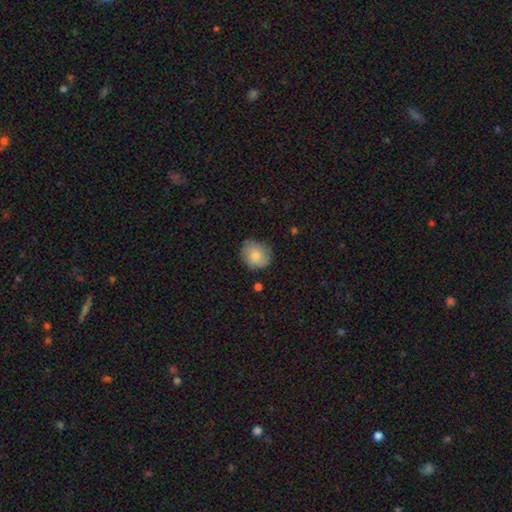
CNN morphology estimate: smooth 77%, featured or disk 16%, star or artifact 7%. Down the decision tree: how rounded — round (79%); merging — none (73%).